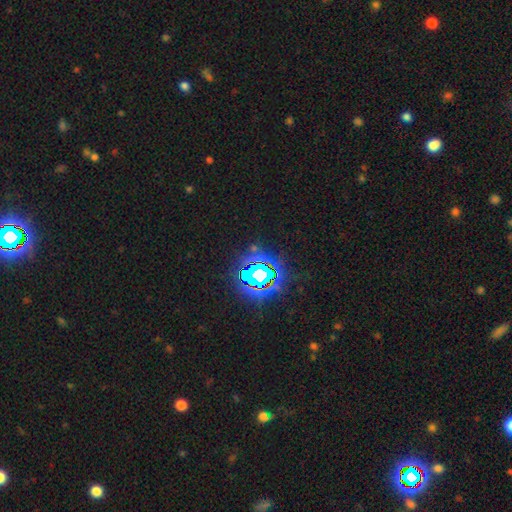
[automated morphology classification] smooth-or-featured: star or artifact: 85% | smooth: 9% | featured or disk: 6%